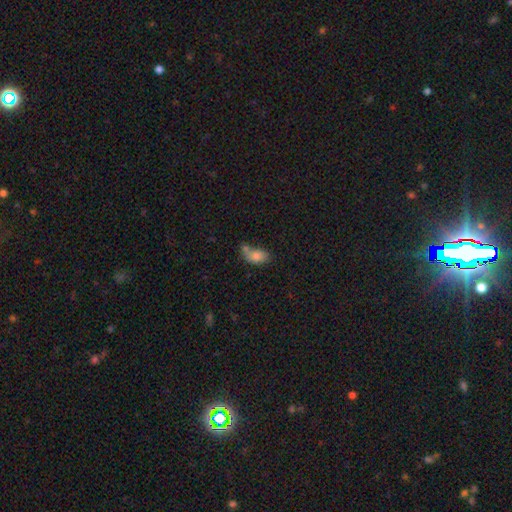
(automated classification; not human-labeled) Morphology: type=smooth (79%); roundness=in between (88%); merging=merger (43%).